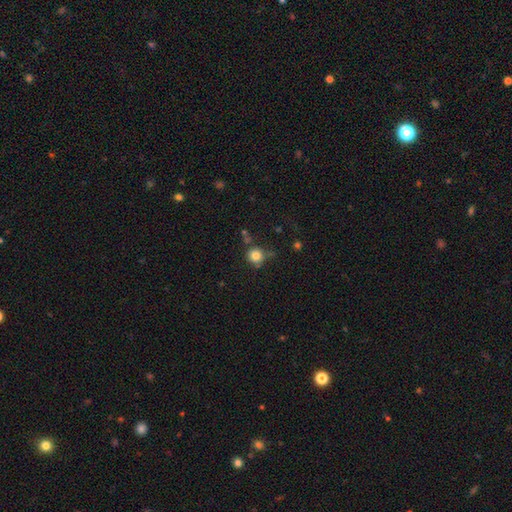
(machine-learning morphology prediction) smooth 81%, star or artifact 12%, featured or disk 7%. Down the decision tree: how rounded — round (92%); merging — none (74%).